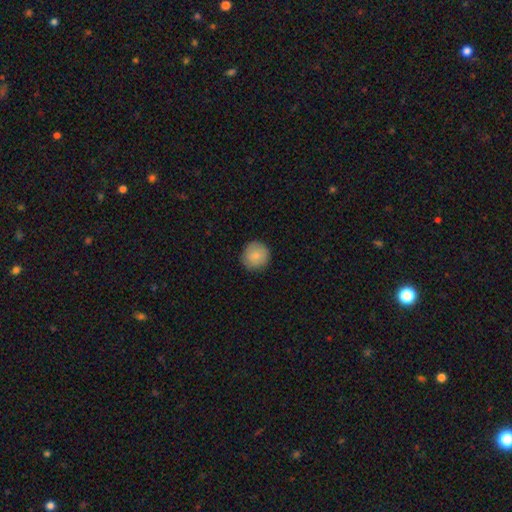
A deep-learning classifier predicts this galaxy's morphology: smooth_or_featured: smooth (p=0.84) [alt: featured or disk p=0.08]
how_rounded: round (p=0.93) [alt: in between p=0.06]
merging: none (p=0.89) [alt: minor disturbance p=0.08]